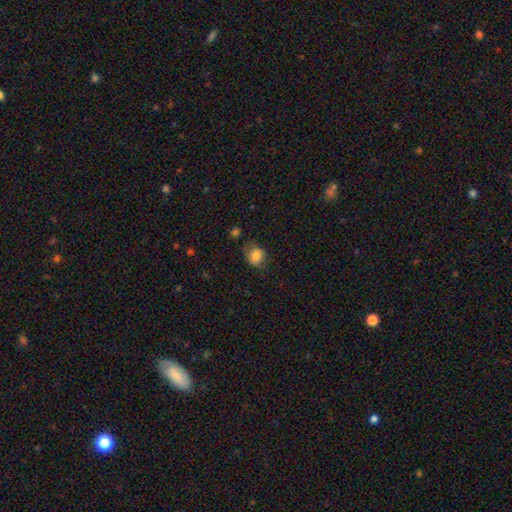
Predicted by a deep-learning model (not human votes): smooth 78%, featured or disk 13%, star or artifact 9%. Down the decision tree: how rounded — round (54%); merging — none (64%).